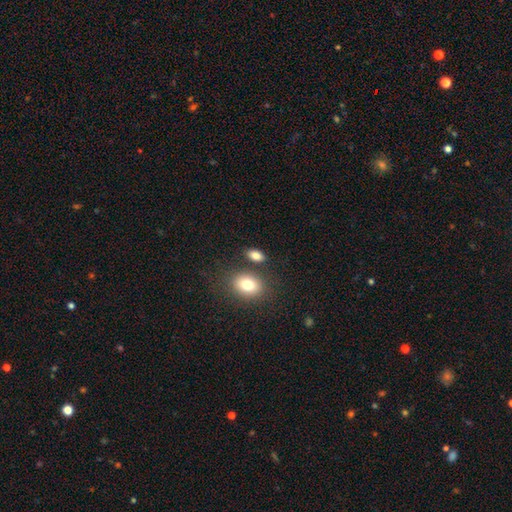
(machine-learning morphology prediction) Smooth or featured: smooth — 83% (star or artifact — 9%)
How rounded: in between — 84% (round — 13%)
Merging: none — 73% (merger — 12%)